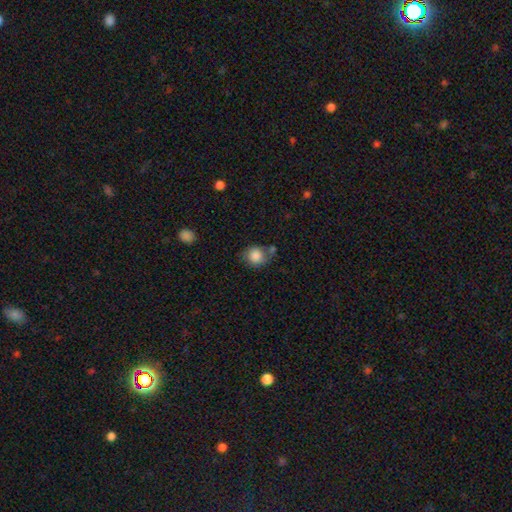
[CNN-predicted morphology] Smooth or featured? smooth (84%)
How rounded? round (78%)
Merging? none (59%)